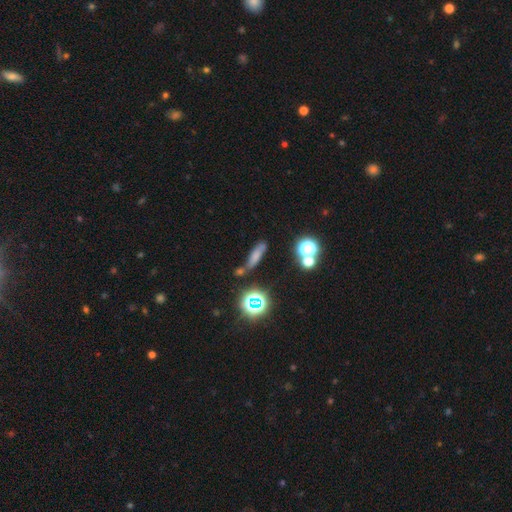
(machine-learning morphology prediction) This is likely a smooth galaxy (60%). How rounded: likely cigar-shaped (62%). Merging: possibly none (57%).